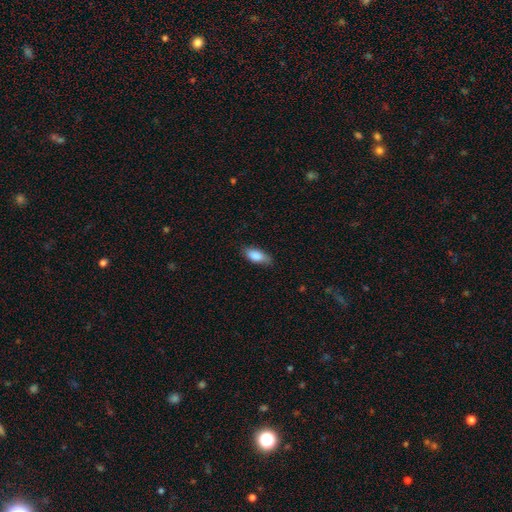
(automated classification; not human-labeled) This is clearly a smooth galaxy (86%). How rounded: clearly in between (84%). Merging: likely none (78%).